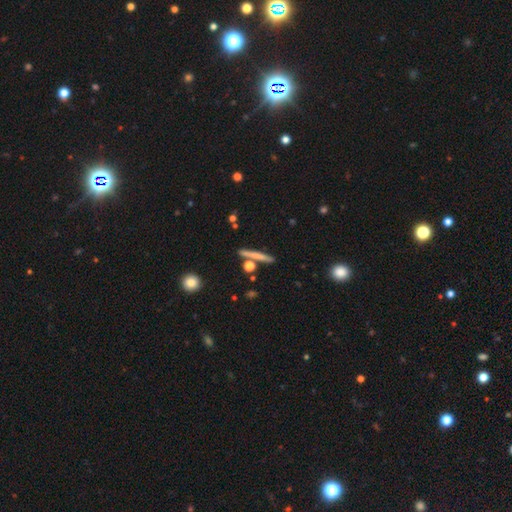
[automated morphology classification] A smooth galaxy with no disk features (61%) that is cigar-shaped (90%).

Vote fractions:
- Smooth or featured? smooth: 61% / featured or disk: 32% / star or artifact: 7%
- How rounded? cigar-shaped: 90% / round: 5% / in between: 5%
- Merging? none: 83% / minor disturbance: 8% / merger: 7% / major disturbance: 2%